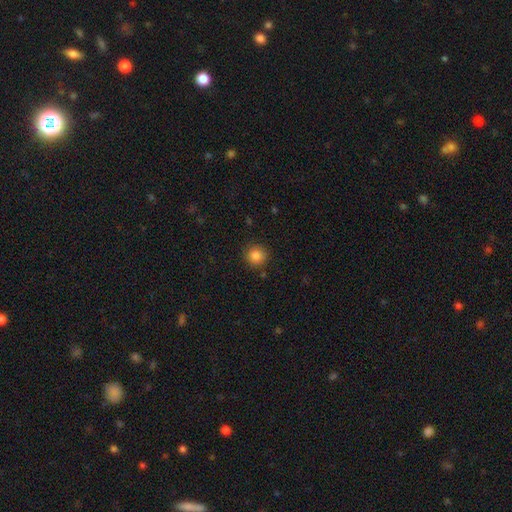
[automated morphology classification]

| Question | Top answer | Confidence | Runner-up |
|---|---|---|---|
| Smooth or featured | smooth | 85% | star or artifact (11%) |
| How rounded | round | 93% | in between (6%) |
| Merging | none | 88% | minor disturbance (8%) |